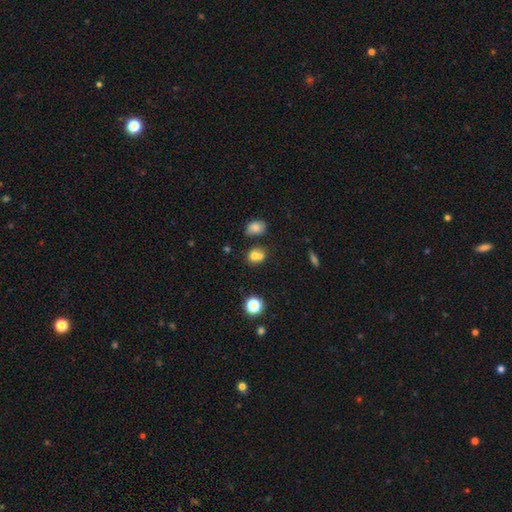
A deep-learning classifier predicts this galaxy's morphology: smooth-or-featured: smooth: 70% | star or artifact: 15% | featured or disk: 15%
  how-rounded: round: 64% | in between: 35% | cigar-shaped: 1%
  merging: merger: 51% | none: 35% | minor disturbance: 10% | major disturbance: 4%